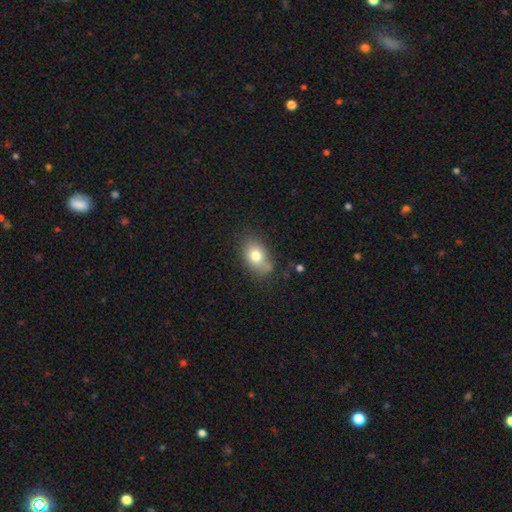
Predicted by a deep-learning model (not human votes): Smooth or featured: smooth — 77% (featured or disk — 14%)
How rounded: in between — 79% (round — 20%)
Merging: none — 69% (minor disturbance — 21%)